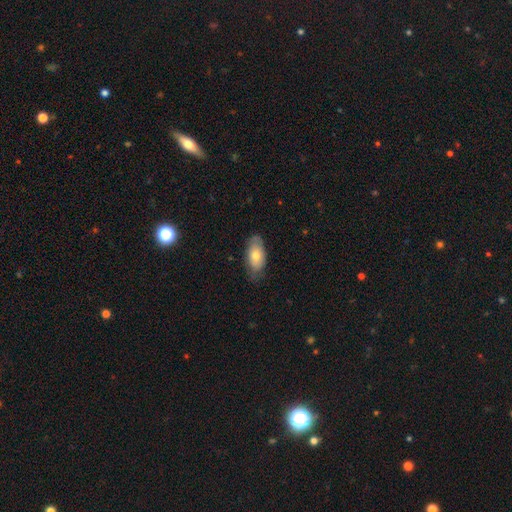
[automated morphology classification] Smooth or featured? Predicted: smooth (p=0.67). How rounded? Predicted: in between (p=0.92). Merging? Predicted: none (p=0.69).